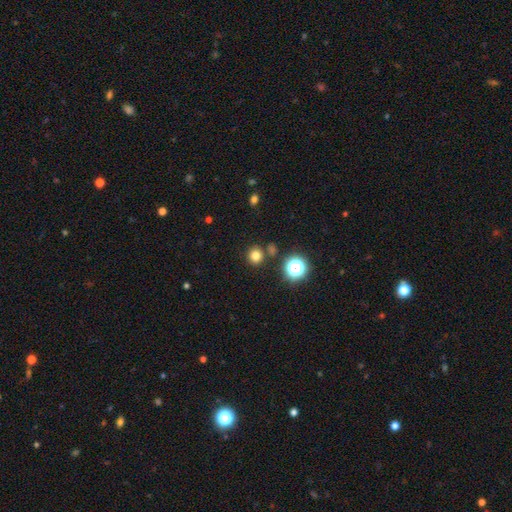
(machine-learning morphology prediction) A smooth galaxy with no disk features (76%) that is round (92%). Merging: none (85%).